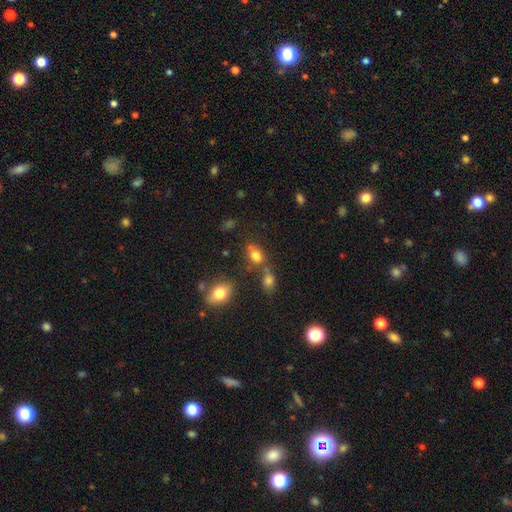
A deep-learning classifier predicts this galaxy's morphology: A smooth galaxy with no disk features (78%) that is in between round and cigar-shaped (72%).

Vote fractions:
- Smooth or featured? smooth: 78% / star or artifact: 13% / featured or disk: 9%
- How rounded? in between: 72% / round: 26% / cigar-shaped: 2%
- Merging? none: 50% / merger: 26% / minor disturbance: 16% / major disturbance: 7%